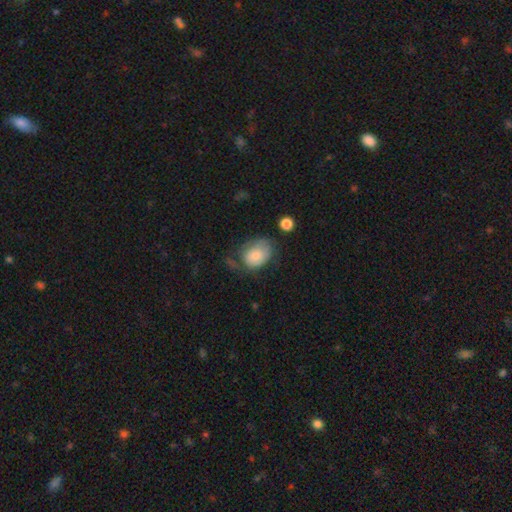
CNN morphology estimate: The model was most divided on "merging": none: 38%, minor disturbance: 33%, major disturbance: 24%, merger: 5%. More confident: smooth or featured — smooth (73%); how rounded — in between (63%).